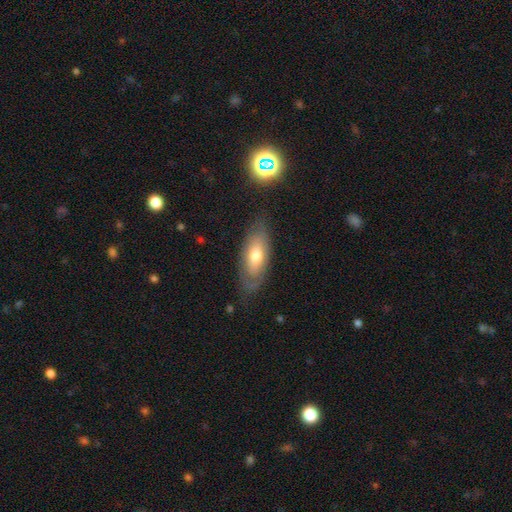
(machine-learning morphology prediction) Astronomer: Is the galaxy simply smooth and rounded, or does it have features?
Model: smooth — 49% (runner-up: featured or disk, 44%).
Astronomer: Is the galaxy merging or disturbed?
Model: none — 72%.